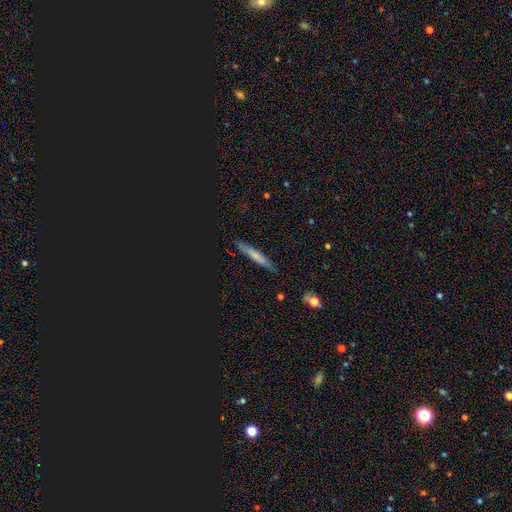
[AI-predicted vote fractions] Smooth or featured: smooth — 57% (featured or disk — 31%)
How rounded: cigar-shaped — 91% (in between — 7%)
Merging: none — 86% (minor disturbance — 11%)